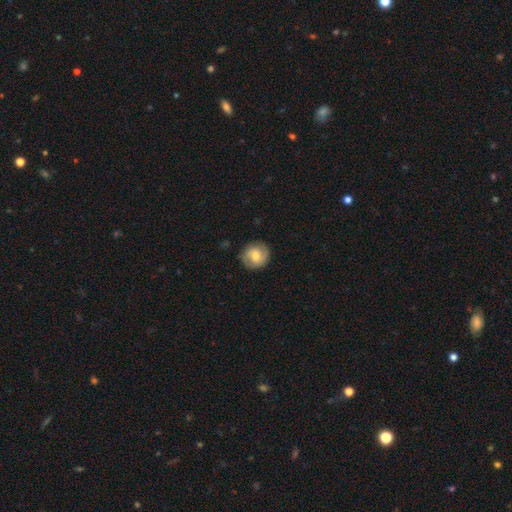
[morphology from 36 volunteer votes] A smooth galaxy with no disk features (64%) that is round (83%).

Vote fractions:
- Smooth or featured? smooth: 64% / featured or disk: 31% / star or artifact: 6%
- How rounded? round: 83% / in between: 17% / cigar-shaped: 0%
- Merging? none: 74% / minor disturbance: 18% / major disturbance: 9% / merger: 0%